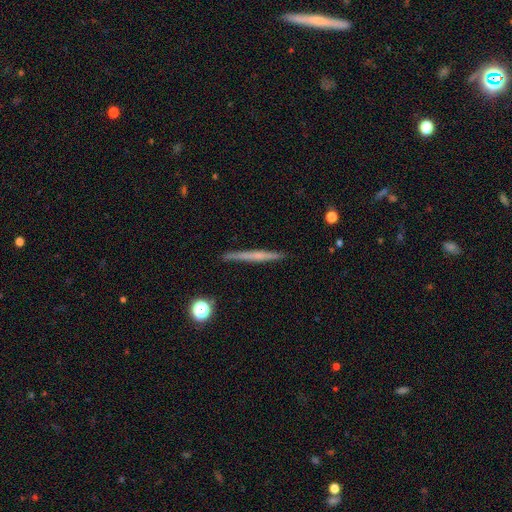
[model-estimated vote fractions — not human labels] Smooth or featured? Predicted: featured or disk (p=0.52). Edge-on disk? Predicted: yes (p=0.97). Edge-on bulge? Predicted: none (p=0.69). Merging? Predicted: none (p=0.90).